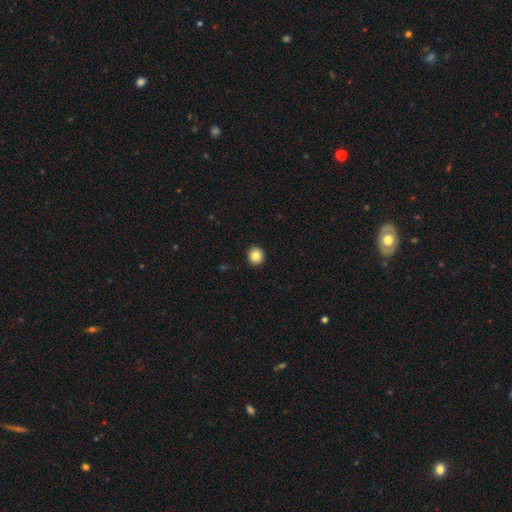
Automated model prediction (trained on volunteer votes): The model was most divided on "how rounded": round: 86%, in between: 13%, cigar-shaped: 1%. More confident: merging — none (92%); smooth or featured — smooth (84%).